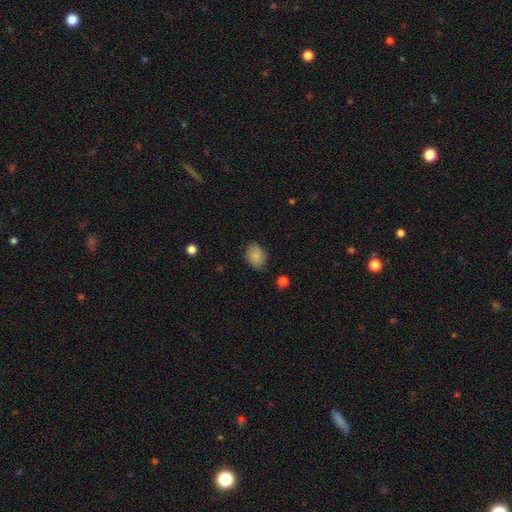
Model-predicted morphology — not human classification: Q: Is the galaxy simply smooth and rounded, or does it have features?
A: smooth — 81%.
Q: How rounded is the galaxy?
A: in between — 70%.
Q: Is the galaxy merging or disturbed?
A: none — 77%.